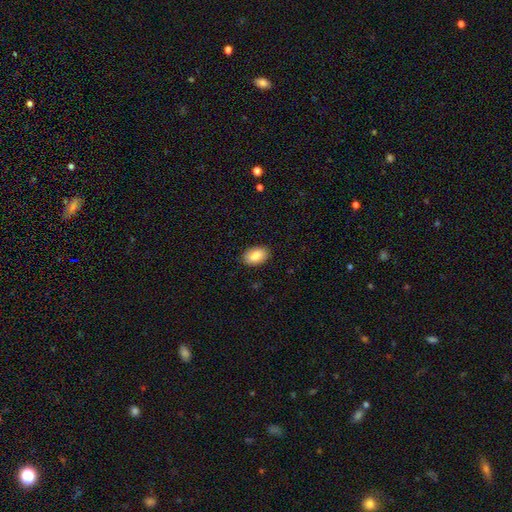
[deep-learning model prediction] Morphology: type=smooth (87%); roundness=in between (90%); merging=none (88%).